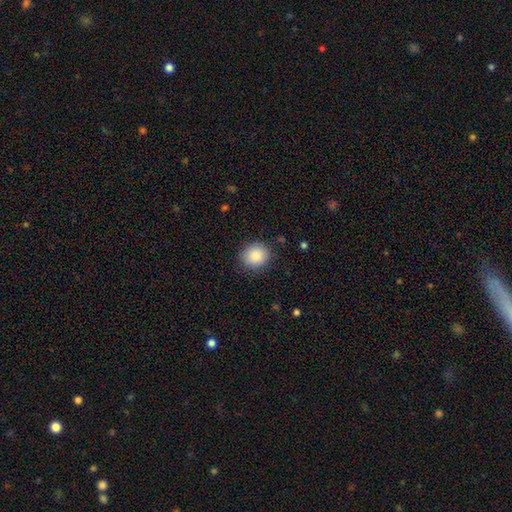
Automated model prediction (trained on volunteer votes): smooth-or-featured: smooth: 88% | star or artifact: 8% | featured or disk: 4%
  how-rounded: round: 83% | in between: 16% | cigar-shaped: 1%
  merging: none: 88% | minor disturbance: 9% | major disturbance: 3% | merger: 1%